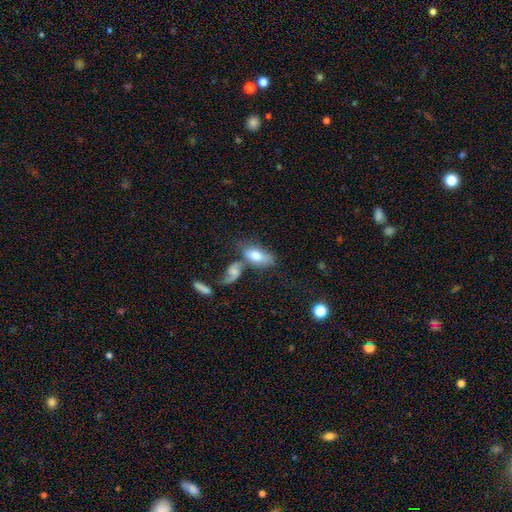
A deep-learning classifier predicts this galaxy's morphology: Smooth or featured?
  - smooth: 69% *
  - featured or disk: 24%
  - star or artifact: 7%
How rounded?
  - in between: 89% *
  - cigar-shaped: 6%
  - round: 5%
Merging?
  - merger: 40% *
  - none: 34%
  - minor disturbance: 14%
  - major disturbance: 12%